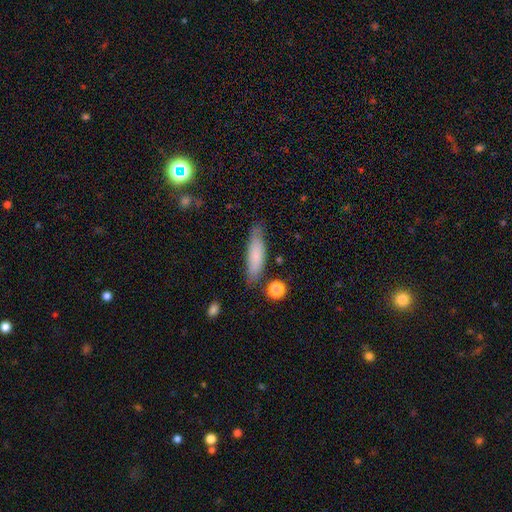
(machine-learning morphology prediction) This appears to be a smooth galaxy with no disk features (76%) that is cigar-shaped (66%). Merging: none (76%).